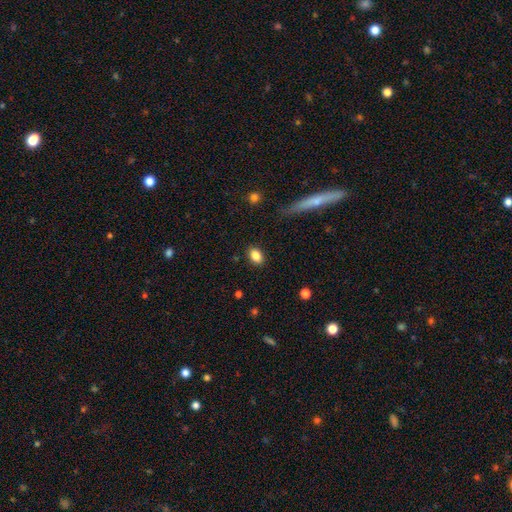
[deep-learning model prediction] Smooth or featured: smooth — 85% (star or artifact — 9%)
How rounded: in between — 81% (round — 17%)
Merging: none — 87% (minor disturbance — 9%)